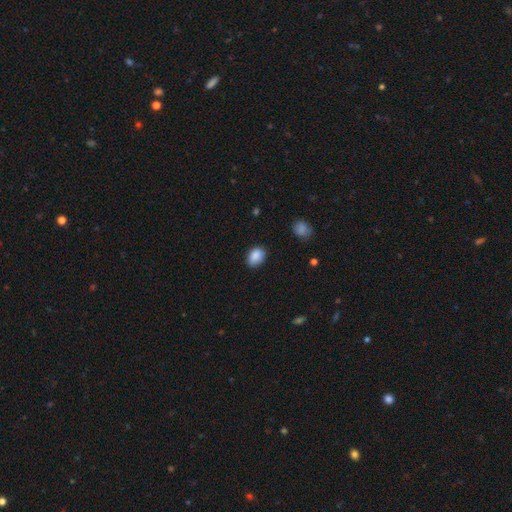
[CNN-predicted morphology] Overall: smooth (88%). How rounded: in between (75%). Merging: none (81%).